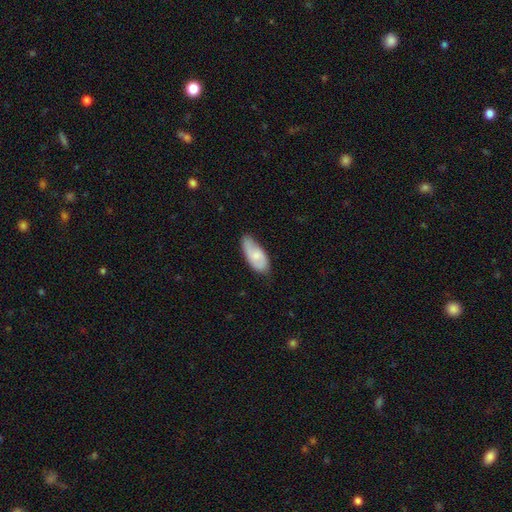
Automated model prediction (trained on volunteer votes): smooth 66%, featured or disk 28%, star or artifact 6%. Down the decision tree: how rounded — in between (88%); merging — none (61%).